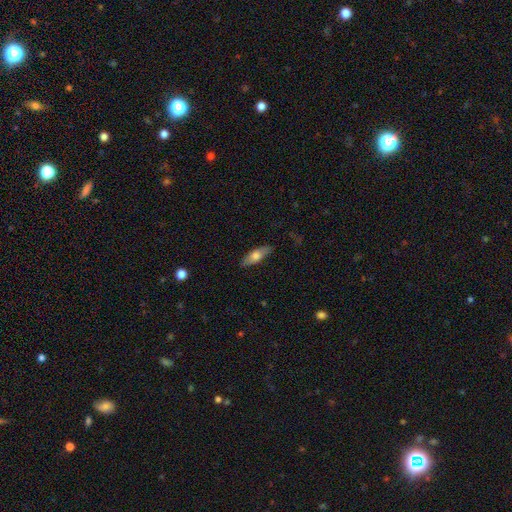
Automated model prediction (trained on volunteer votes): A smooth galaxy with no disk features (63%) that is in between round and cigar-shaped (56%).

Vote fractions:
- Smooth or featured? smooth: 63% / featured or disk: 31% / star or artifact: 6%
- How rounded? in between: 56% / cigar-shaped: 41% / round: 3%
- Merging? none: 84% / minor disturbance: 13% / major disturbance: 3% / merger: 1%